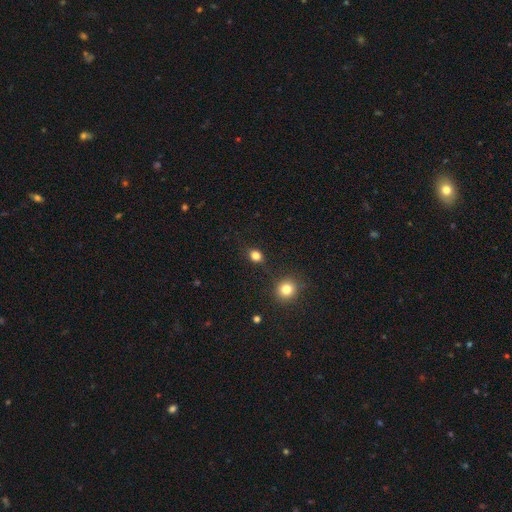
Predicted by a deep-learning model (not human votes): Overall: smooth (82%). How rounded: round (57%; in between 42%). Merging: none (85%).